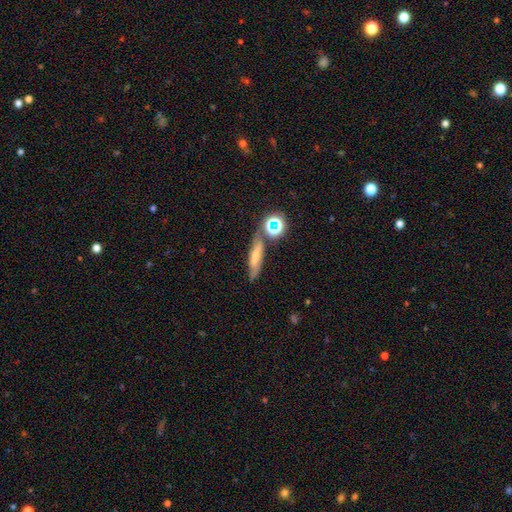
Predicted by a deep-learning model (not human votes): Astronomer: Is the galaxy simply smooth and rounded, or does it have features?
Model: smooth — 50% (runner-up: featured or disk, 33%).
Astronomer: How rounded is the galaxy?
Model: cigar-shaped — 65%.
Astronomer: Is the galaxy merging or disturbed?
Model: none — 64%.